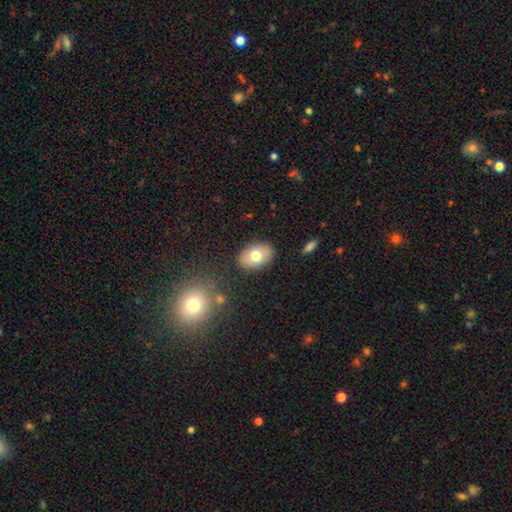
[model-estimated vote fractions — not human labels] This is likely a smooth galaxy (73%). How rounded: clearly in between (84%). Merging: clearly none (86%).